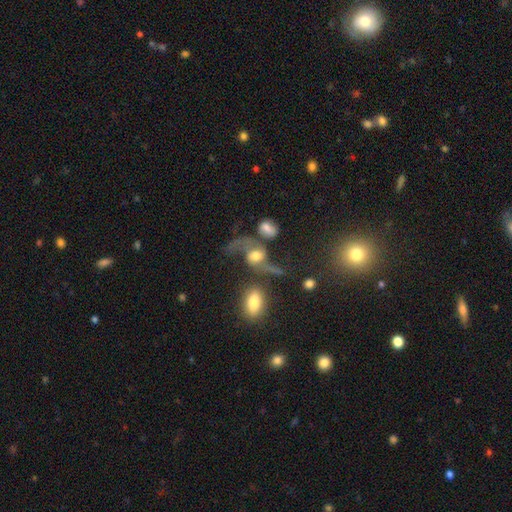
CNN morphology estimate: A featured or disk galaxy (66%) with no bar (59%), 2 (87%) loose (86%) spiral arms (83%) and a moderate central bulge (54%). Merging: none (34%).